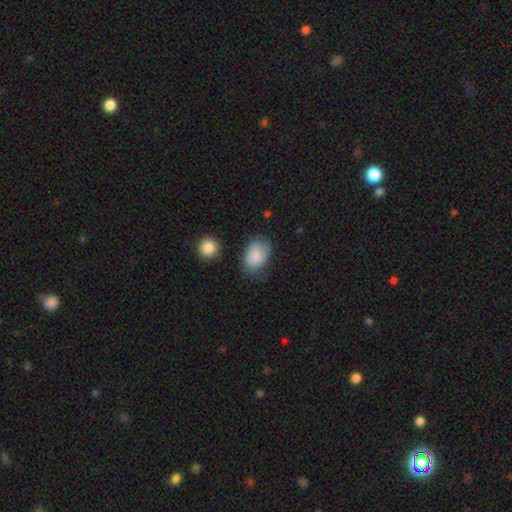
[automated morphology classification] Smooth or featured?
  - smooth: 84% *
  - featured or disk: 9%
  - star or artifact: 7%
How rounded?
  - in between: 86% *
  - round: 13%
  - cigar-shaped: 1%
Merging?
  - none: 64% *
  - minor disturbance: 25%
  - major disturbance: 7%
  - merger: 3%